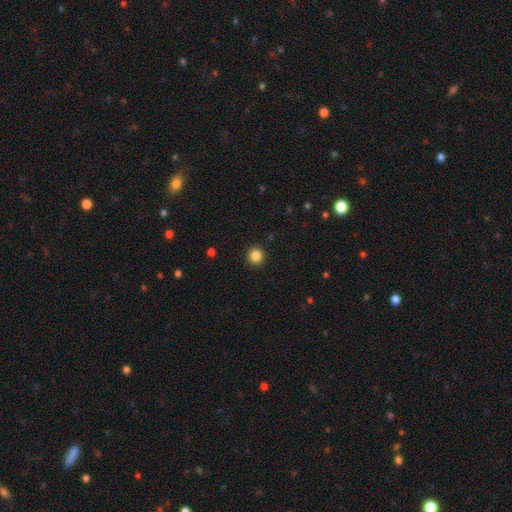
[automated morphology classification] Smooth or featured: smooth — 86% (star or artifact — 11%)
How rounded: round — 92% (in between — 7%)
Merging: none — 92% (minor disturbance — 5%)